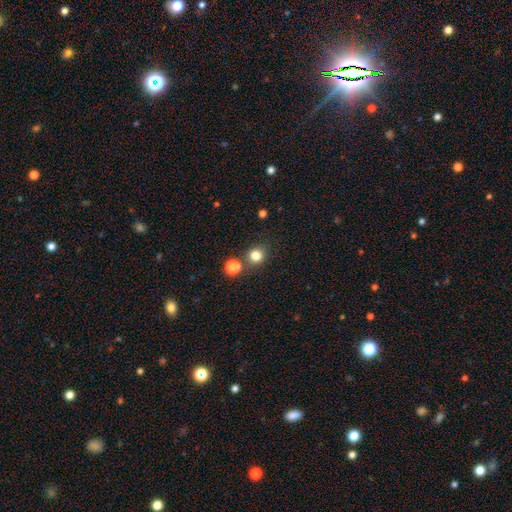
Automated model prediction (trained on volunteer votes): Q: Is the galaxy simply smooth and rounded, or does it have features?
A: smooth — 80%.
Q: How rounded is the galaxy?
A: round — 83%.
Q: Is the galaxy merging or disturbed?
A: none — 73%.